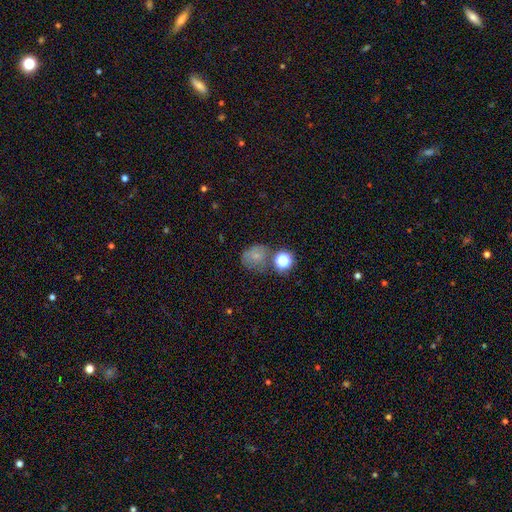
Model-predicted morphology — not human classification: This appears to be a smooth galaxy with no disk features (67%) that is round (69%). Merging: none (52%).